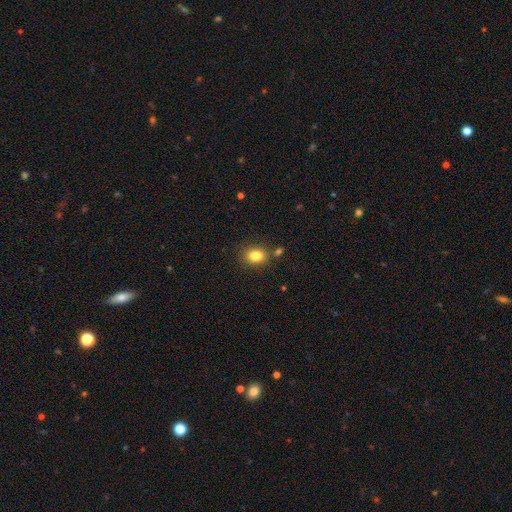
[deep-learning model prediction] The model was most divided on "how rounded": in between: 61%, round: 38%, cigar-shaped: 1%. More confident: smooth or featured — smooth (83%); merging — none (79%).